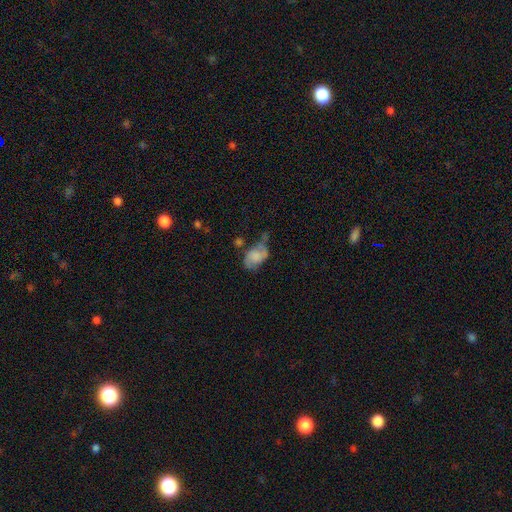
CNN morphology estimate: smooth-or-featured: smooth: 51% | featured or disk: 40% | star or artifact: 9%
  how-rounded: in between: 84% | round: 15% | cigar-shaped: 2%
  merging: none: 38% | minor disturbance: 32% | major disturbance: 19% | merger: 11%